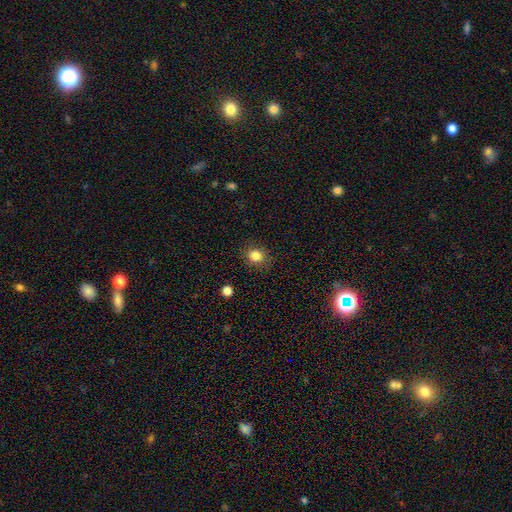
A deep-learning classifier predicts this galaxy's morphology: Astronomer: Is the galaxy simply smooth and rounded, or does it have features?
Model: smooth — 84%.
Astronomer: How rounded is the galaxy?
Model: round — 77%.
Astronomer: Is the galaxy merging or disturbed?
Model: none — 85%.